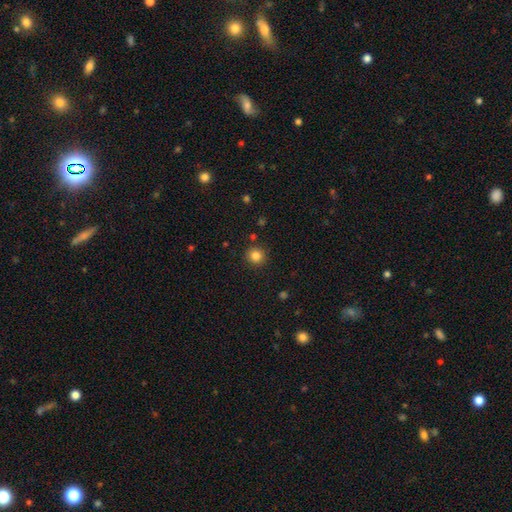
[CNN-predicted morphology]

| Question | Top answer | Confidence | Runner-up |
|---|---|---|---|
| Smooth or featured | smooth | 84% | star or artifact (12%) |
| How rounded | round | 94% | in between (5%) |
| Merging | none | 90% | minor disturbance (6%) |